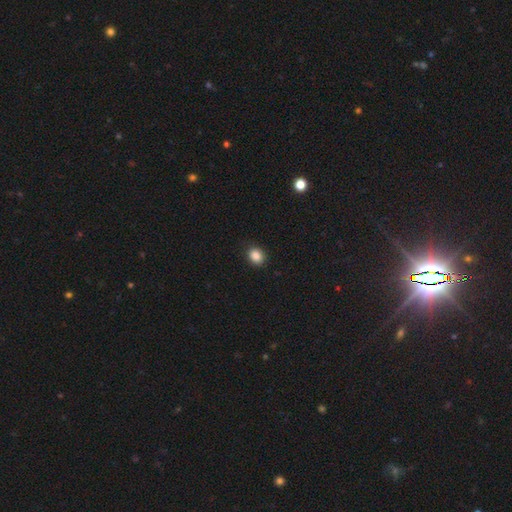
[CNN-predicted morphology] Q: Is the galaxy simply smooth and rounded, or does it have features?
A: smooth — 87%.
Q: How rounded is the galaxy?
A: round — 56%.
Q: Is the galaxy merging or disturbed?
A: none — 89%.